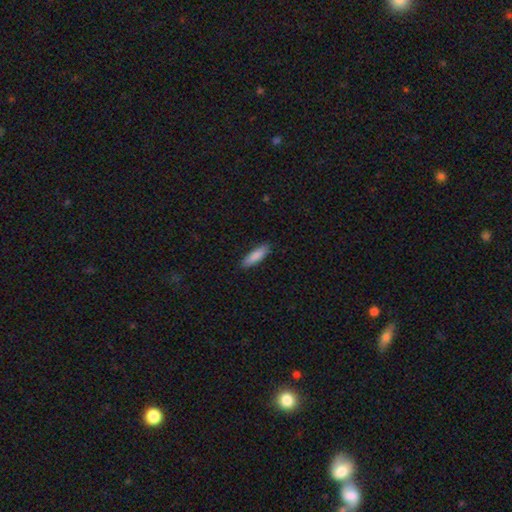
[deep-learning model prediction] Smooth or featured?
  - smooth: 86% *
  - featured or disk: 8%
  - star or artifact: 6%
How rounded?
  - cigar-shaped: 66% *
  - in between: 32%
  - round: 1%
Merging?
  - none: 89% *
  - minor disturbance: 9%
  - major disturbance: 2%
  - merger: 1%